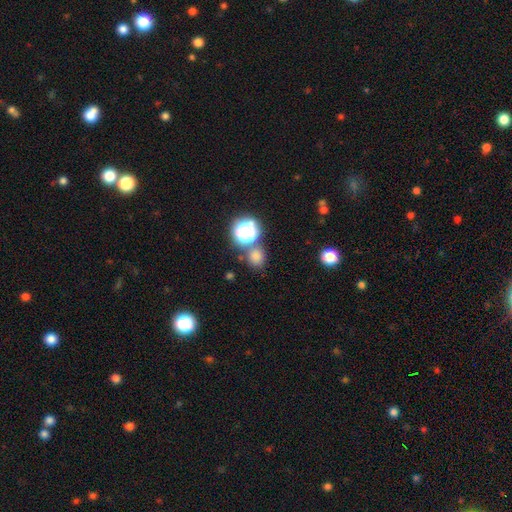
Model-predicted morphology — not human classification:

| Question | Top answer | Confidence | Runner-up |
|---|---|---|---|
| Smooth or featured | smooth | 71% | star or artifact (24%) |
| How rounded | round | 83% | in between (16%) |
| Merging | none | 71% | merger (16%) |